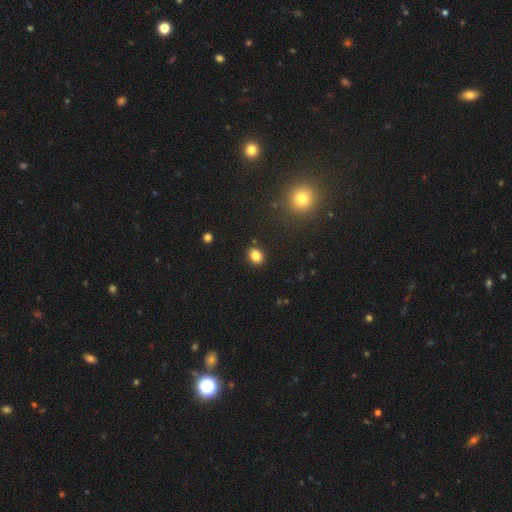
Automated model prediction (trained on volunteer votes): Smooth or featured? Predicted: smooth (p=0.84). How rounded? Predicted: in between (p=0.54). Merging? Predicted: none (p=0.88).